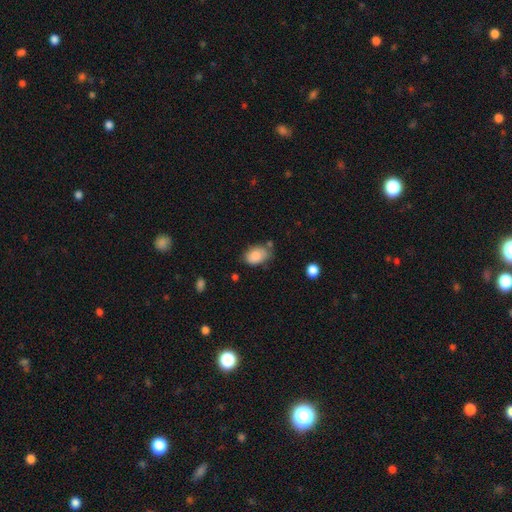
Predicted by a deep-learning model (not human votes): Morphology: type=smooth (84%); roundness=in between (83%); merging=none (59%).